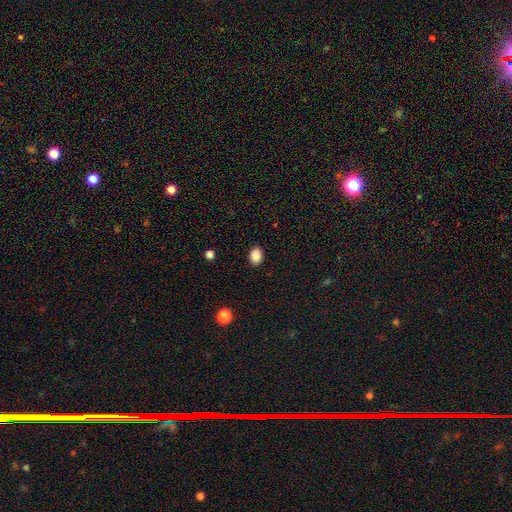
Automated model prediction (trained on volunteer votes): This is clearly a smooth galaxy (87%). How rounded: likely in between (67%). Merging: clearly none (90%).